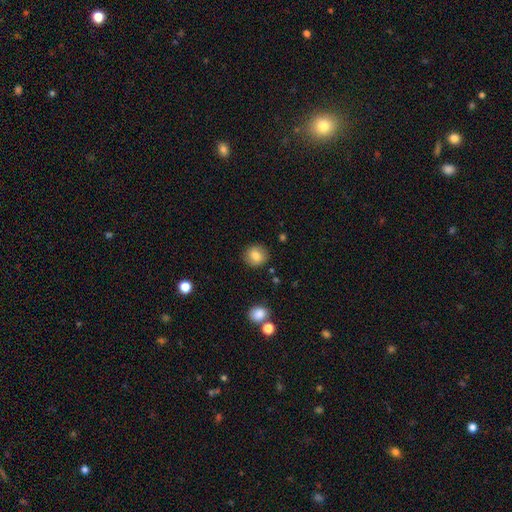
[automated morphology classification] This appears to be a smooth galaxy with no disk features (82%) that is round (87%). Merging: none (89%).